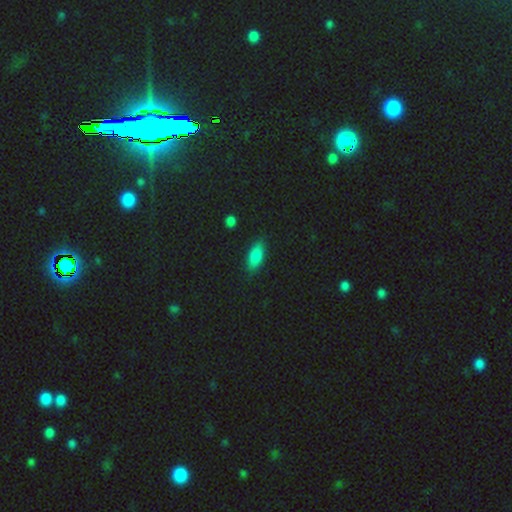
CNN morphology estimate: smooth-or-featured: smooth: 81% | star or artifact: 11% | featured or disk: 8%
  how-rounded: in between: 85% | cigar-shaped: 12% | round: 3%
  merging: none: 85% | minor disturbance: 11% | major disturbance: 3% | merger: 2%